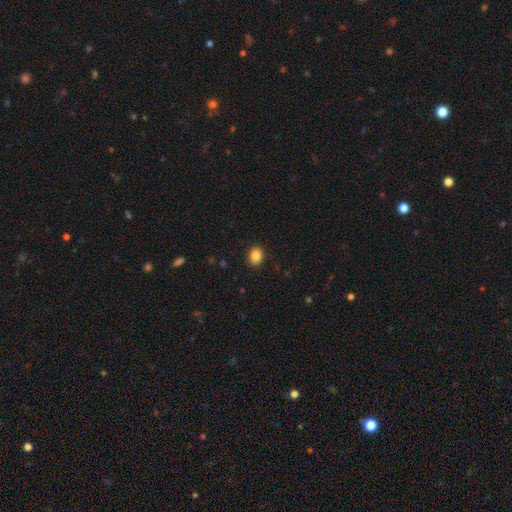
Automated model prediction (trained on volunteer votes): smooth-or-featured: smooth: 86% | star or artifact: 9% | featured or disk: 5%
  how-rounded: in between: 60% | round: 39% | cigar-shaped: 1%
  merging: none: 90% | minor disturbance: 7% | major disturbance: 2% | merger: 1%